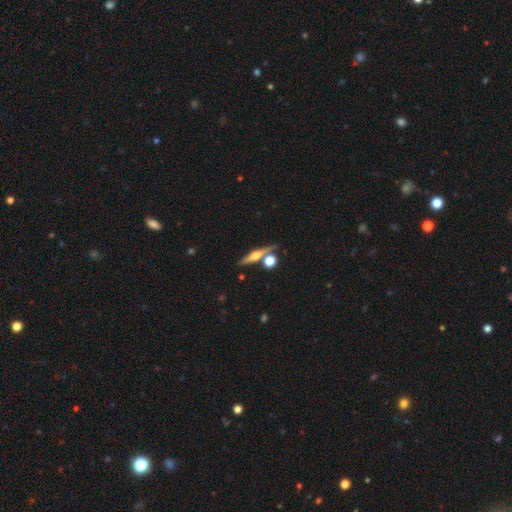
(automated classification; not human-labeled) smooth_or_featured: featured or disk (p=0.64) [alt: smooth p=0.28]
disk_edge_on: yes (p=0.94) [alt: no p=0.06]
edge_on_bulge: rounded (p=0.91) [alt: boxy p=0.05]
merging: none (p=0.73) [alt: merger p=0.13]